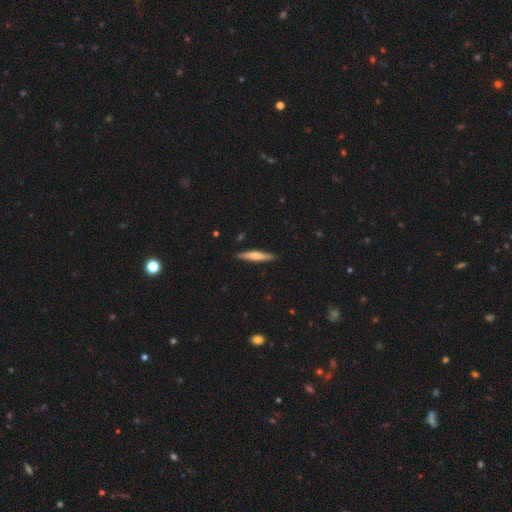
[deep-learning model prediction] Q: Smooth or featured?
A: smooth (57%); runner-up: featured or disk (38%)
Q: How rounded?
A: cigar-shaped (90%); runner-up: in between (9%)
Q: Merging?
A: none (90%); runner-up: minor disturbance (8%)